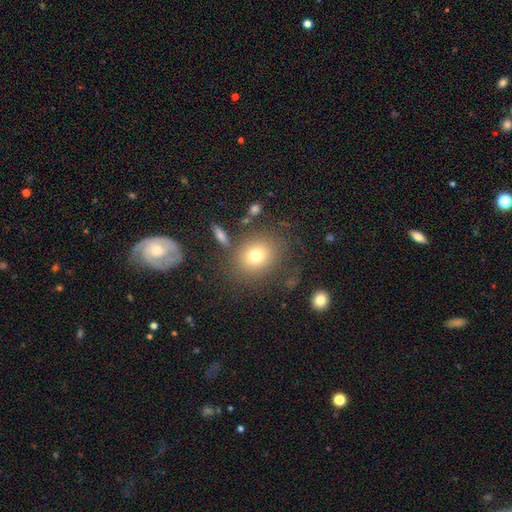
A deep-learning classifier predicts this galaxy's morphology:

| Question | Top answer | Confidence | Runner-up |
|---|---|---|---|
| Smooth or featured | smooth | 73% | star or artifact (14%) |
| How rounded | round | 65% | in between (34%) |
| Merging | none | 75% | minor disturbance (13%) |